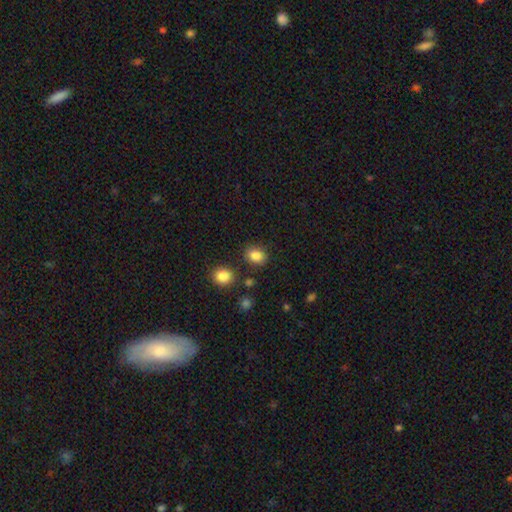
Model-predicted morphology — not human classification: smooth_or_featured: smooth (p=0.85) [alt: star or artifact p=0.10]
how_rounded: in between (p=0.52) [alt: round p=0.47]
merging: none (p=0.83) [alt: minor disturbance p=0.10]